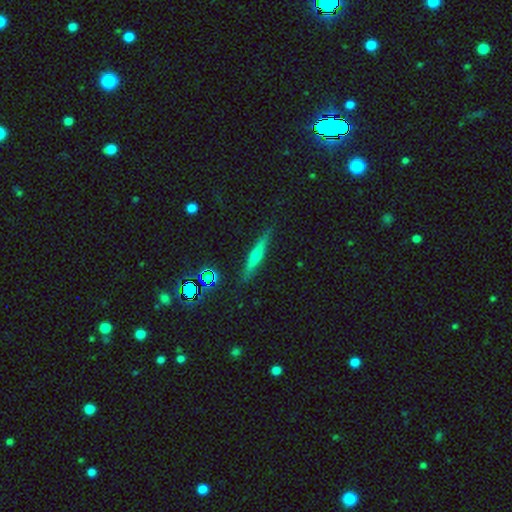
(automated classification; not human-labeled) Morphology: type=featured or disk (53%); edge-on=yes (95%); edge-on bulge=rounded (80%); merging=none (88%).